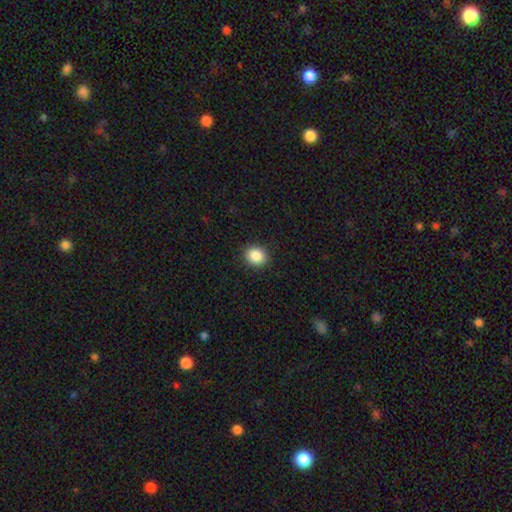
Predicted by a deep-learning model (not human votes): smooth-or-featured: smooth: 88% | star or artifact: 9% | featured or disk: 3%
  how-rounded: round: 67% | in between: 32% | cigar-shaped: 1%
  merging: none: 91% | minor disturbance: 7% | major disturbance: 2% | merger: 1%